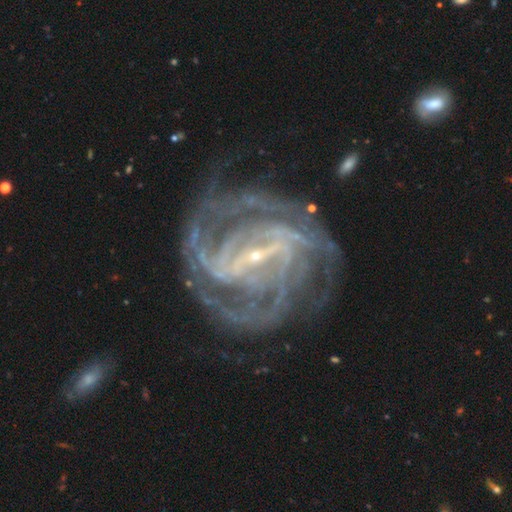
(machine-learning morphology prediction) This appears to be a featured or disk galaxy (92%) with a strong bar (59%), 4 (32%) tight (64%) spiral arms (98%) and a small central bulge (83%). Merging: none (74%).